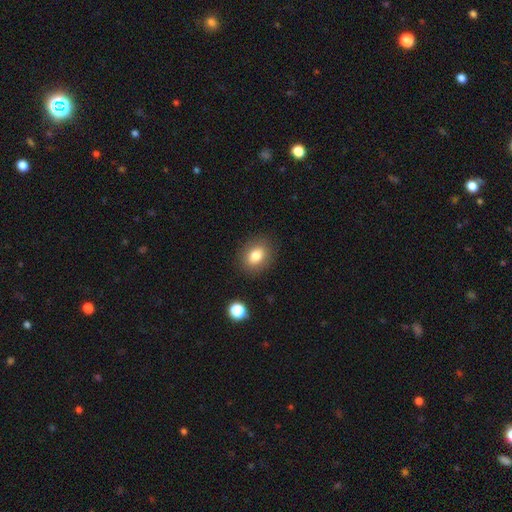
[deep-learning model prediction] Smooth or featured? smooth (80%)
How rounded? in between (53%)
Merging? none (87%)